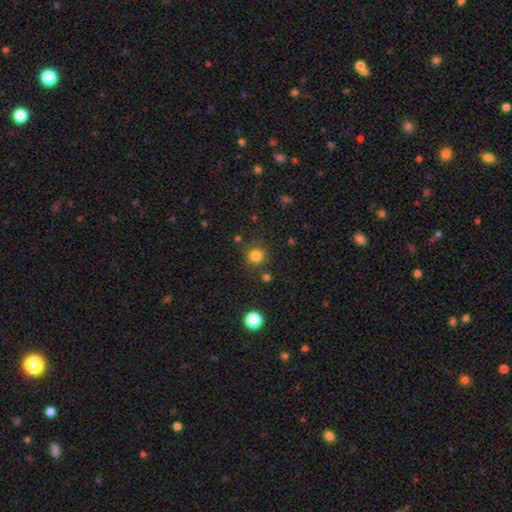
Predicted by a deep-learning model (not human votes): Smooth or featured? Predicted: smooth (p=0.82). How rounded? Predicted: round (p=0.92). Merging? Predicted: none (p=0.83).